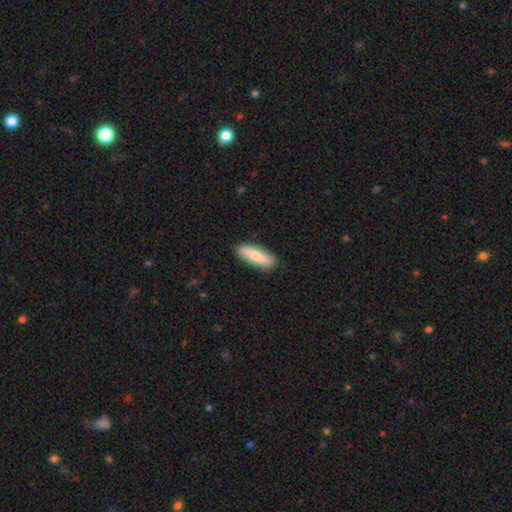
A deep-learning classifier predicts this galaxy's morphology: Smooth or featured? smooth (71%)
How rounded? cigar-shaped (50%)
Merging? none (88%)